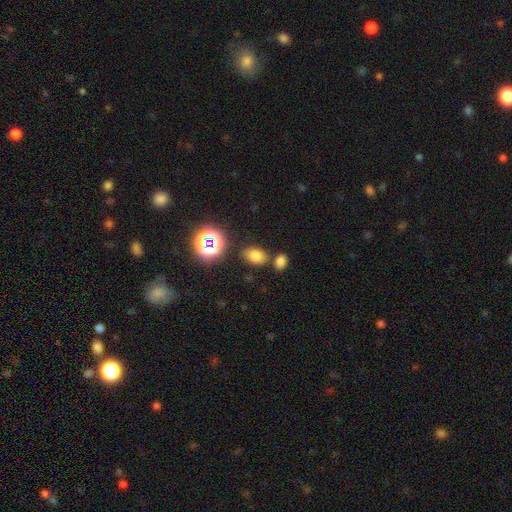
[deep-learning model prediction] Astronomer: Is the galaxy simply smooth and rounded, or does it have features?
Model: smooth — 74%.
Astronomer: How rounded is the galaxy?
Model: in between — 78%.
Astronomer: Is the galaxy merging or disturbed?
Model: none — 75%.